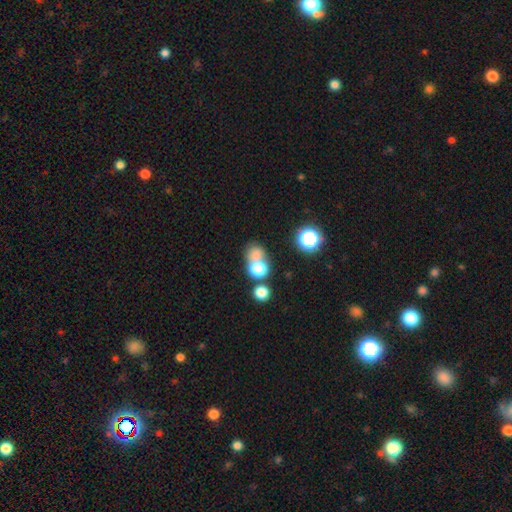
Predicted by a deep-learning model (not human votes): This is likely a smooth galaxy (70%). How rounded: likely round (63%). Merging: possibly merger (47%).